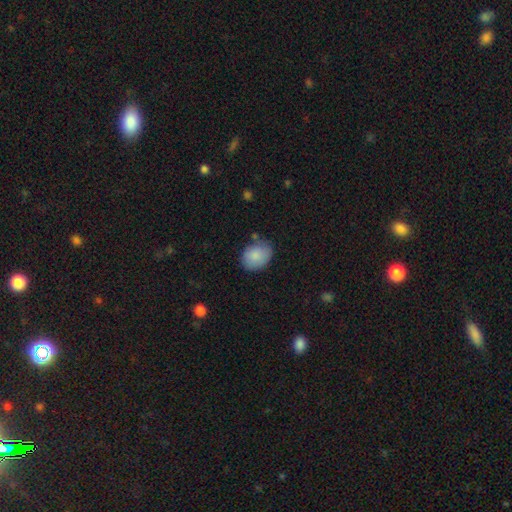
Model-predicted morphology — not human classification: Smooth or featured?
  - smooth: 87% *
  - featured or disk: 7%
  - star or artifact: 7%
How rounded?
  - in between: 66% *
  - round: 33%
  - cigar-shaped: 1%
Merging?
  - none: 72% *
  - minor disturbance: 20%
  - major disturbance: 4%
  - merger: 4%